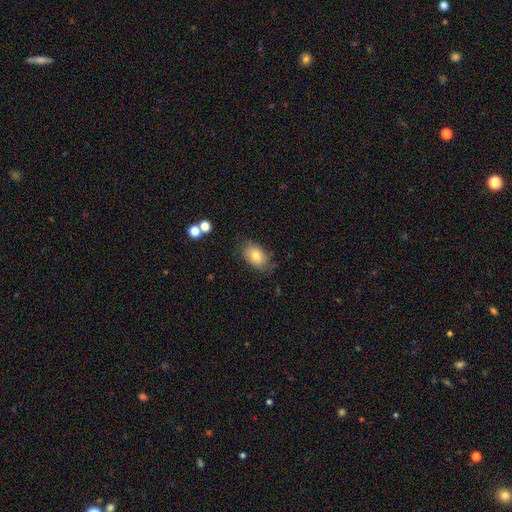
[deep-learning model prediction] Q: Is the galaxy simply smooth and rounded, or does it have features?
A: smooth — 78%.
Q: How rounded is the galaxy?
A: in between — 83%.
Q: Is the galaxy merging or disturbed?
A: none — 75%.